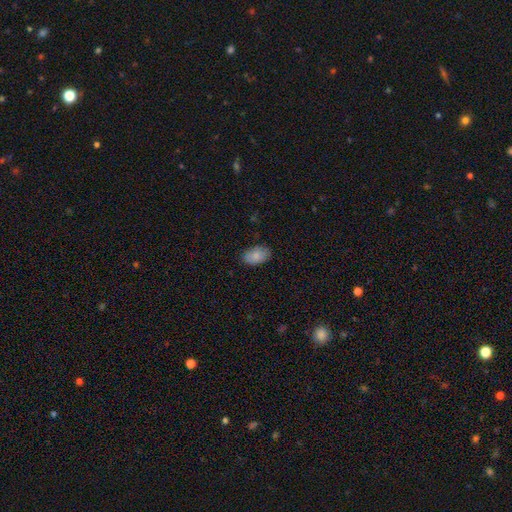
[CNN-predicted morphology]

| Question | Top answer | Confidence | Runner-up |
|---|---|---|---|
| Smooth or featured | smooth | 84% | featured or disk (9%) |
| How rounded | in between | 92% | round (6%) |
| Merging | none | 84% | minor disturbance (13%) |